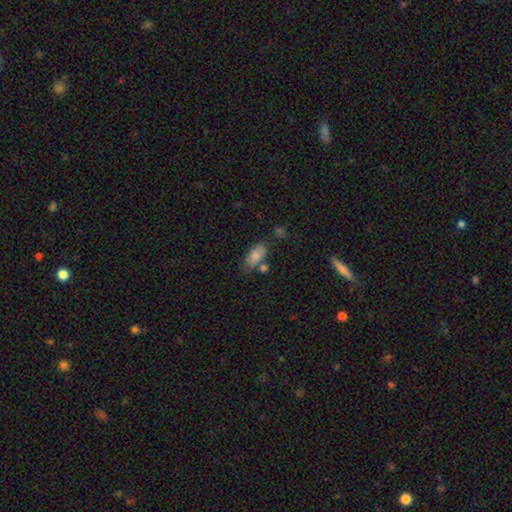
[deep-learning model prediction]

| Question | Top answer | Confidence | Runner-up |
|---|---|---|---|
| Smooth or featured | smooth | 82% | featured or disk (10%) |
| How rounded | in between | 90% | cigar-shaped (6%) |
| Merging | none | 66% | minor disturbance (17%) |